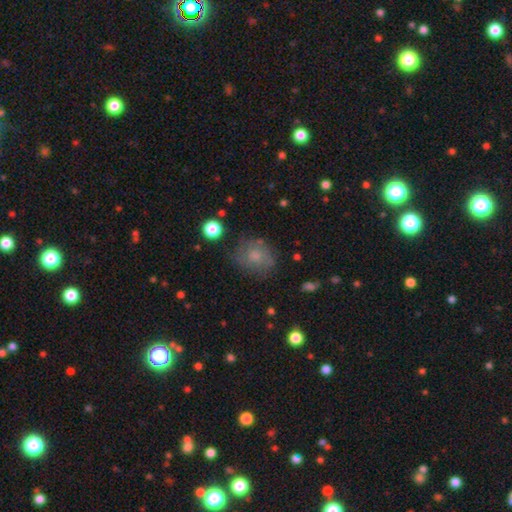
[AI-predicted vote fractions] smooth 61%, featured or disk 28%, star or artifact 11%. Down the decision tree: how rounded — round (68%); merging — none (67%).